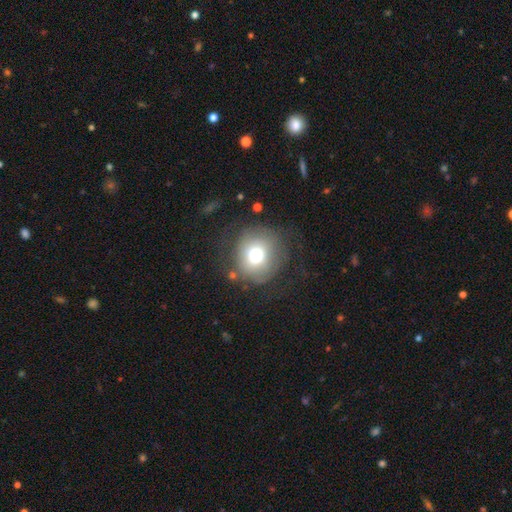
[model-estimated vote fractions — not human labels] smooth-or-featured: smooth: 67% | featured or disk: 21% | star or artifact: 12%
  how-rounded: round: 89% | in between: 10% | cigar-shaped: 1%
  merging: none: 66% | minor disturbance: 16% | major disturbance: 15% | merger: 2%